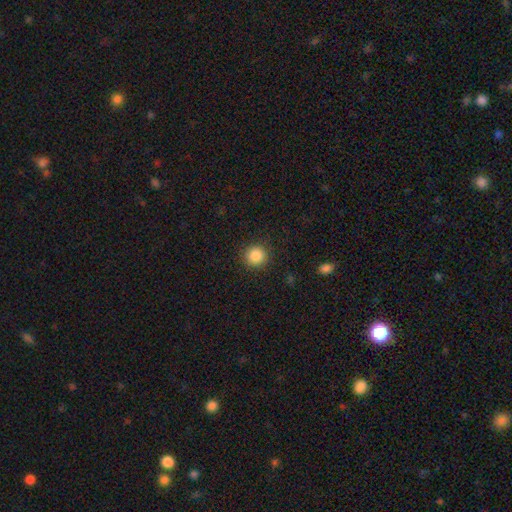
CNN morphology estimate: Smooth or featured? Predicted: smooth (p=0.86). How rounded? Predicted: round (p=0.94). Merging? Predicted: none (p=0.91).